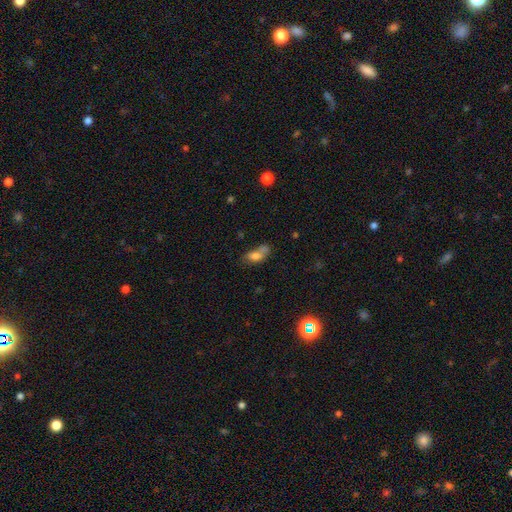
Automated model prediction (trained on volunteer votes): smooth_or_featured: smooth (p=0.71) [alt: featured or disk p=0.18]
how_rounded: in between (p=0.80) [alt: cigar-shaped p=0.10]
merging: merger (p=0.35) [alt: none p=0.33]